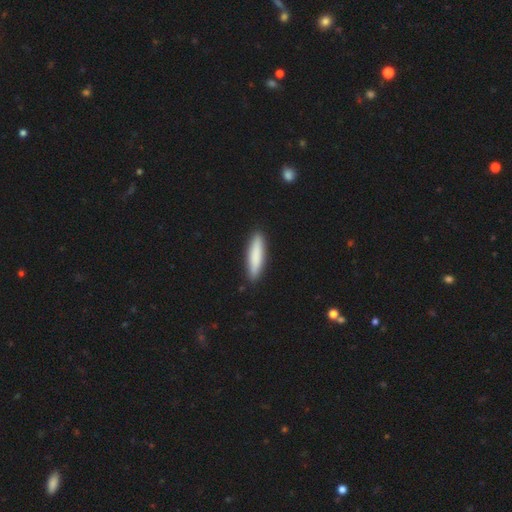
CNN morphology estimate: smooth 82%, featured or disk 13%, star or artifact 5%. Down the decision tree: how rounded — cigar-shaped (81%); merging — none (90%).